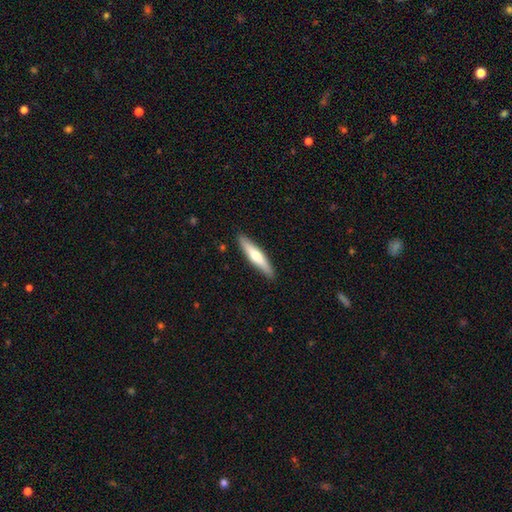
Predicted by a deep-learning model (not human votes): Smooth or featured? smooth (53%)
How rounded? cigar-shaped (86%)
Merging? none (90%)